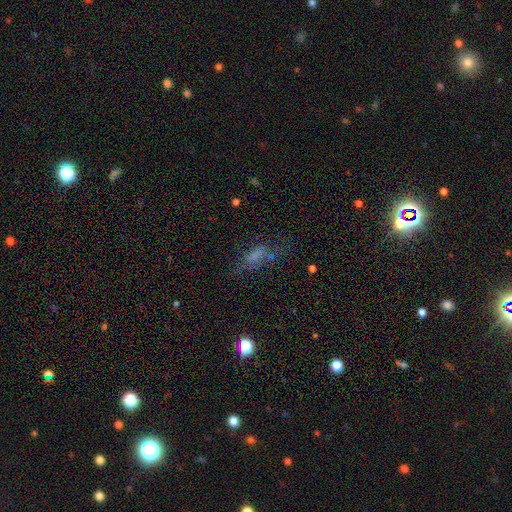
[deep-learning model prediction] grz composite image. It shows a smooth galaxy with no disk features (52%) that is in between round and cigar-shaped (63%). Merging: none (43%).